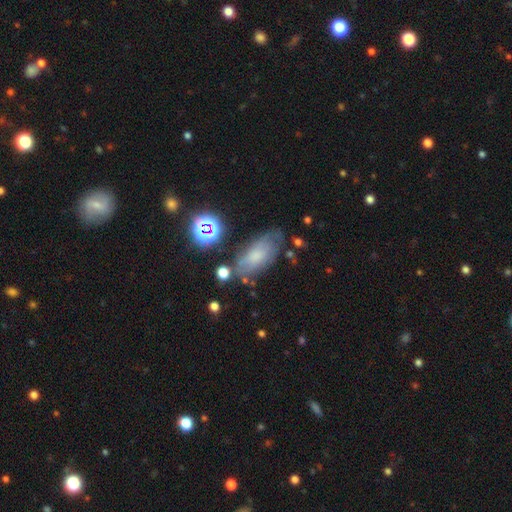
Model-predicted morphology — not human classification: smooth_or_featured: smooth (p=0.53) [alt: featured or disk p=0.32]
how_rounded: in between (p=0.85) [alt: cigar-shaped p=0.10]
merging: none (p=0.61) [alt: minor disturbance p=0.24]